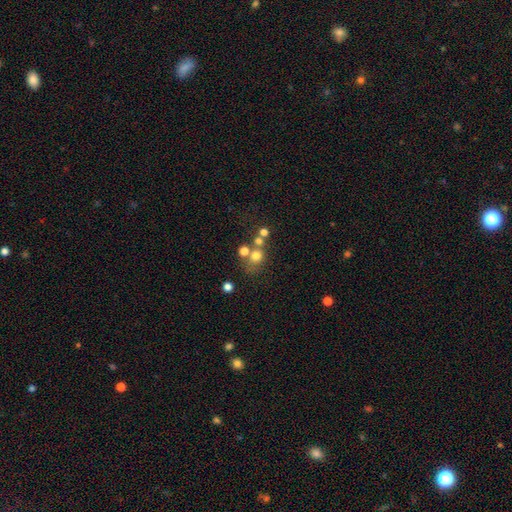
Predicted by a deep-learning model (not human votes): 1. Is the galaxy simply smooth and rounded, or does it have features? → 65% smooth, 18% star or artifact, 17% featured or disk.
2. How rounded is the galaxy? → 80% round, 19% in between, 1% cigar-shaped.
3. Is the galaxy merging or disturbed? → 45% none, 39% merger, 9% minor disturbance, 7% major disturbance.